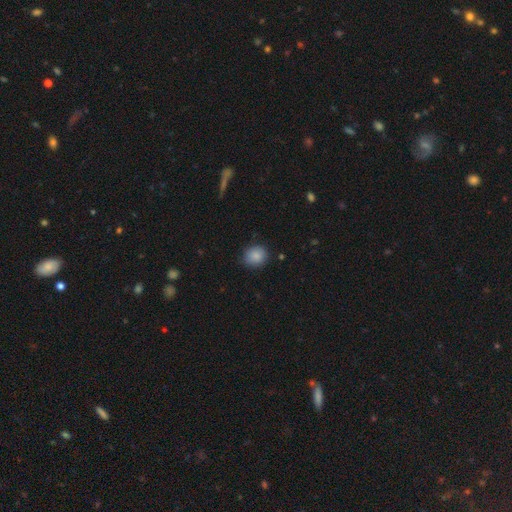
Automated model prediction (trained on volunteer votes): Overall: smooth (87%). How rounded: round (80%). Merging: none (83%).